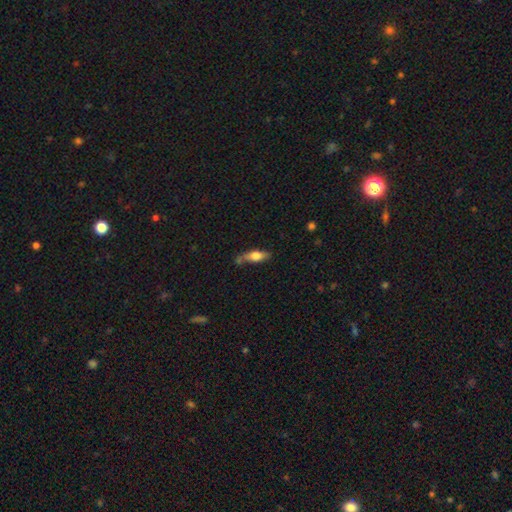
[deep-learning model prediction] A smooth galaxy with no disk features (65%) that is in between round and cigar-shaped (57%).

Vote fractions:
- Smooth or featured? smooth: 65% / featured or disk: 28% / star or artifact: 7%
- How rounded? in between: 57% / cigar-shaped: 40% / round: 3%
- Merging? none: 58% / minor disturbance: 24% / merger: 10% / major disturbance: 7%